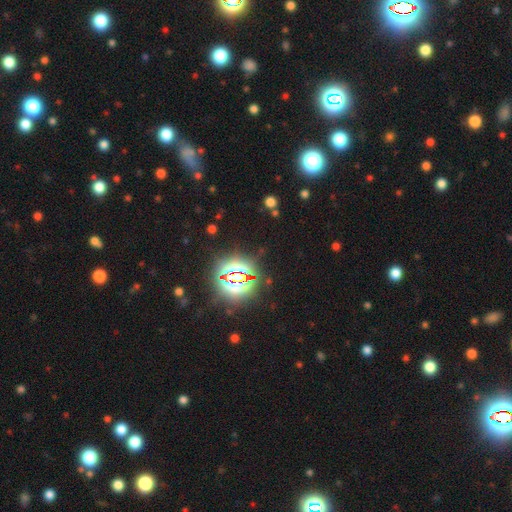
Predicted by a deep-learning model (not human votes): Morphology: type=star or artifact (79%).